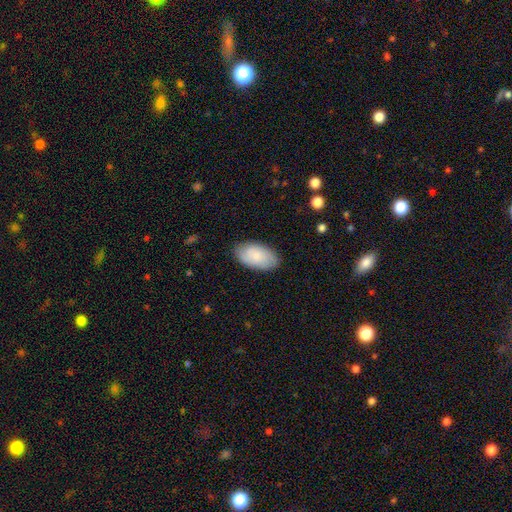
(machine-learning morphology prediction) smooth_or_featured: smooth (p=0.78) [alt: featured or disk p=0.16]
how_rounded: in between (p=0.95) [alt: round p=0.03]
merging: none (p=0.84) [alt: minor disturbance p=0.12]